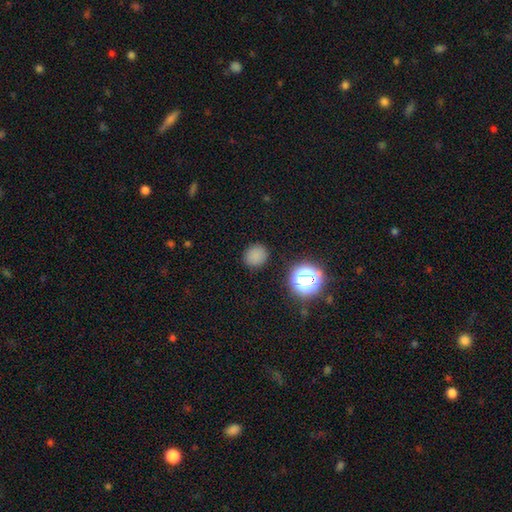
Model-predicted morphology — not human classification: smooth-or-featured: smooth: 79% | star or artifact: 17% | featured or disk: 5%
  how-rounded: round: 84% | in between: 15% | cigar-shaped: 1%
  merging: none: 87% | minor disturbance: 8% | major disturbance: 3% | merger: 2%